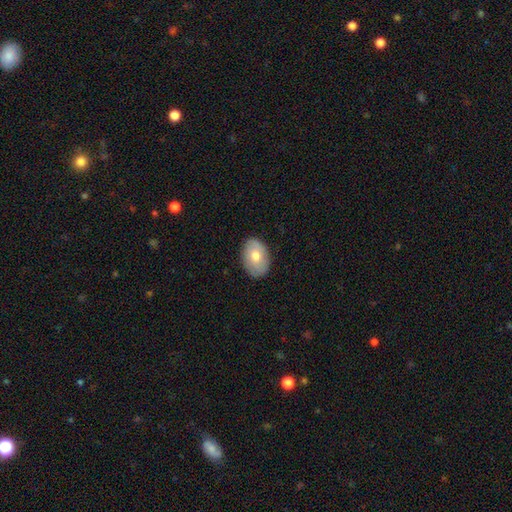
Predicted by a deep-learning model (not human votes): This is likely a smooth galaxy (69%). How rounded: clearly in between (83%). Merging: clearly none (85%).